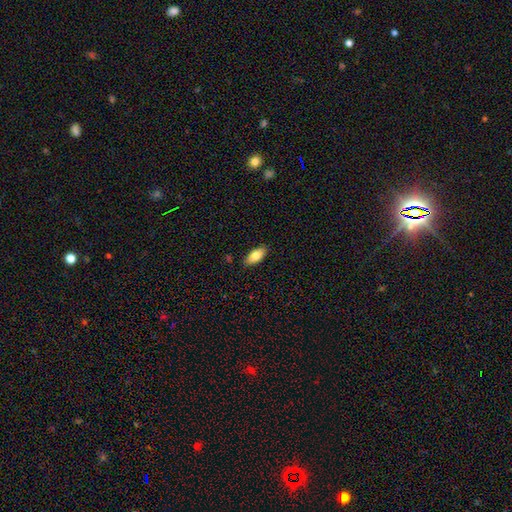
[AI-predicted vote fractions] Morphology: type=smooth (79%); roundness=in between (88%); merging=none (86%).